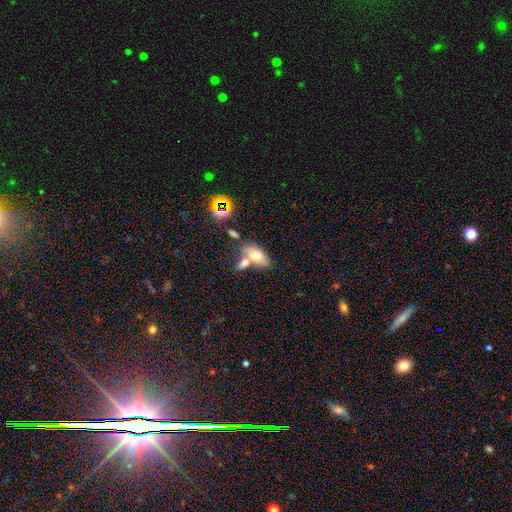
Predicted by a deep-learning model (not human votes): Morphology: type=smooth (69%); roundness=in between (89%); merging=merger (42%).